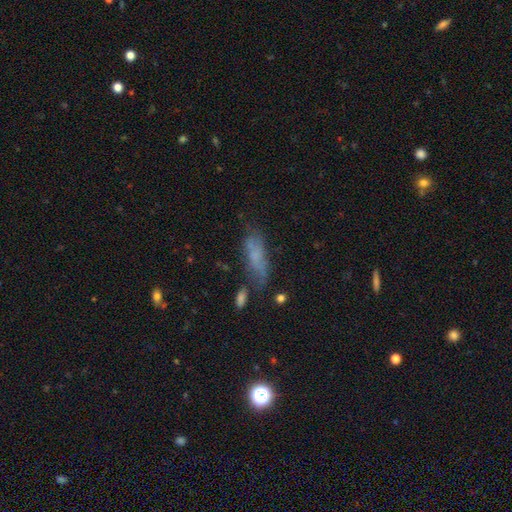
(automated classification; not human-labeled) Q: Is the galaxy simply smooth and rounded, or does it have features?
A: smooth — 58%.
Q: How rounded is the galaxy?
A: in between — 53%.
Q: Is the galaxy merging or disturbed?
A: none — 49%.